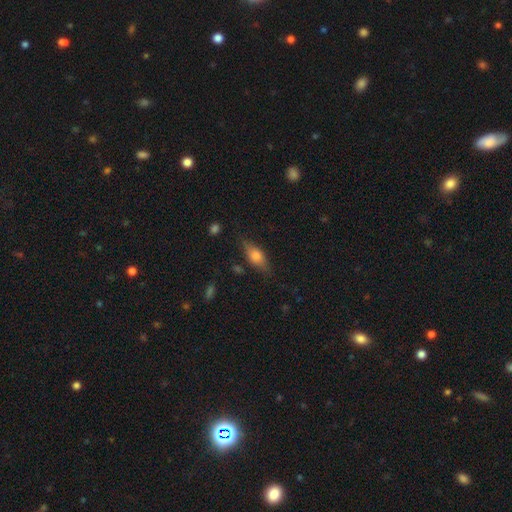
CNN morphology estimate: type=smooth (61%); roundness=in between (72%); merging=none (75%).